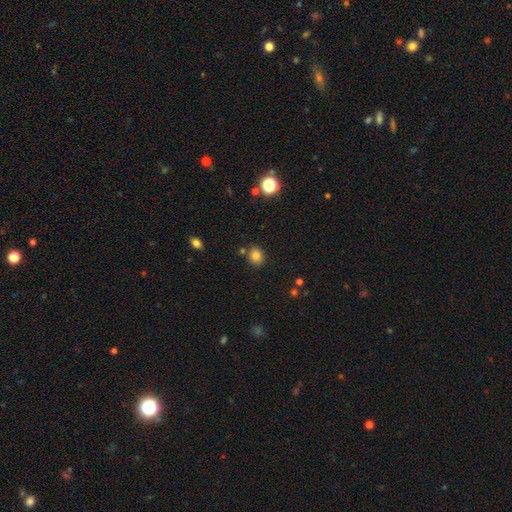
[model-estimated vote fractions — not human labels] smooth_or_featured: smooth (p=0.81) [alt: star or artifact p=0.13]
how_rounded: round (p=0.65) [alt: in between p=0.34]
merging: none (p=0.79) [alt: minor disturbance p=0.11]